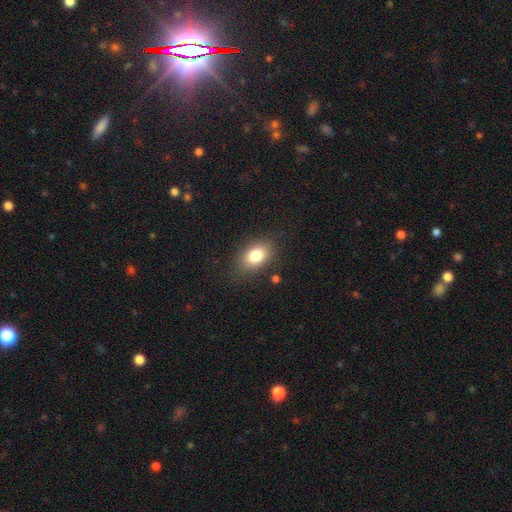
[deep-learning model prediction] This appears to be a smooth galaxy with no disk features (80%) that is in between round and cigar-shaped (84%). Merging: none (82%).